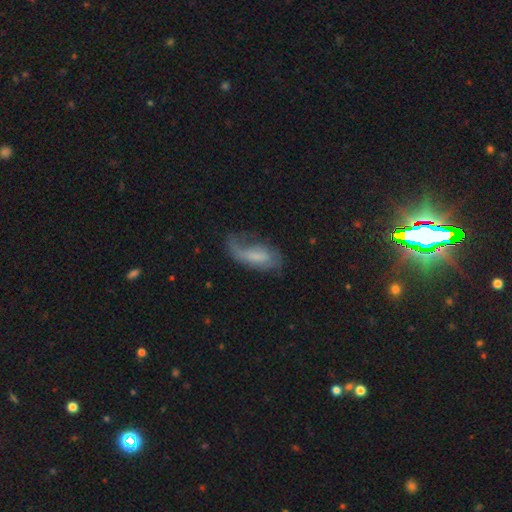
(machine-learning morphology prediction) The model was most divided on "smooth or featured": featured or disk: 46%, smooth: 45%, star or artifact: 9%. Remaining: merging — none (35%).